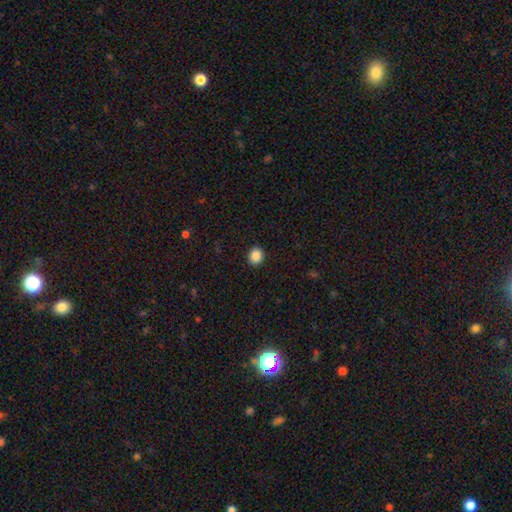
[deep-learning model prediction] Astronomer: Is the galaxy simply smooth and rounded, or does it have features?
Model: smooth — 88%.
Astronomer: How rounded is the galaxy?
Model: round — 76%.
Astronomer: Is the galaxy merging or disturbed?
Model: none — 92%.